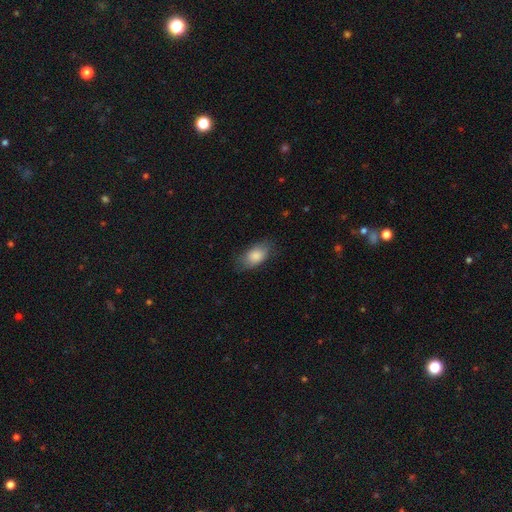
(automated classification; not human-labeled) Overall: smooth (85%). How rounded: in between (91%). Merging: none (75%).